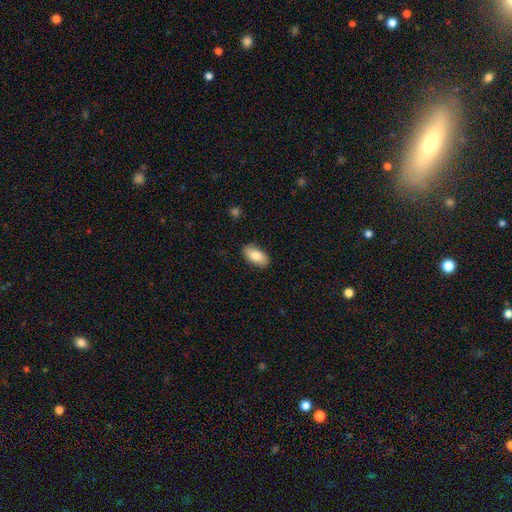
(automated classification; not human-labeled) This is likely a smooth galaxy (80%). How rounded: clearly in between (93%). Merging: clearly none (87%).